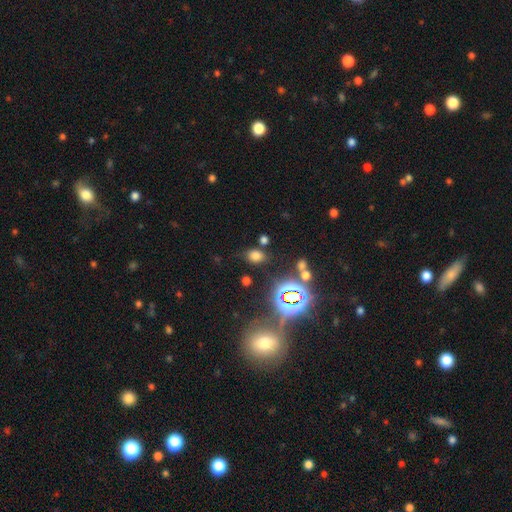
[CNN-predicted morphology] Smooth or featured?
  - smooth: 63% *
  - star or artifact: 29%
  - featured or disk: 7%
How rounded?
  - in between: 67% *
  - round: 31%
  - cigar-shaped: 2%
Merging?
  - none: 77% *
  - minor disturbance: 12%
  - merger: 6%
  - major disturbance: 5%